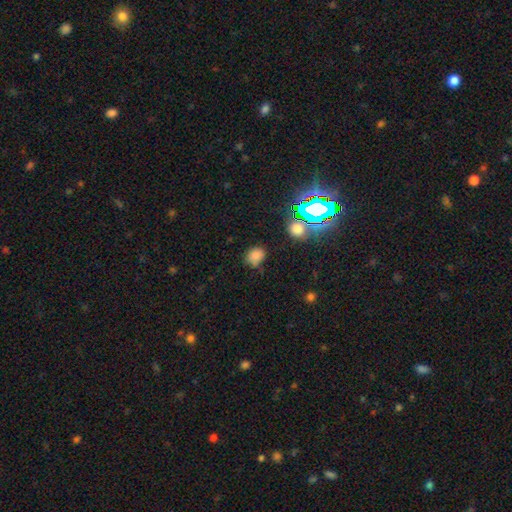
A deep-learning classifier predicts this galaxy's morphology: Smooth or featured: smooth — 75% (star or artifact — 19%)
How rounded: round — 59% (in between — 40%)
Merging: none — 68% (minor disturbance — 23%)